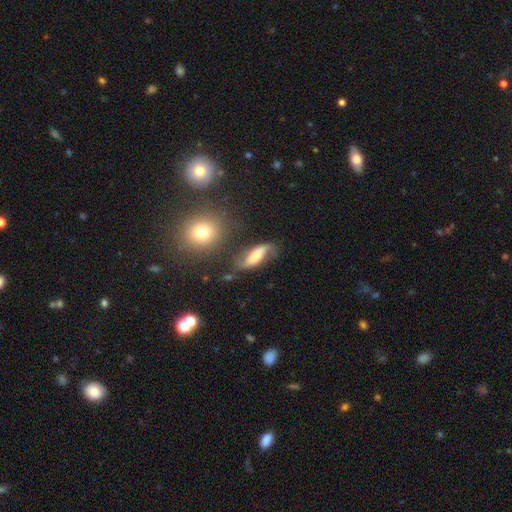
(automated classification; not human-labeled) The model was most divided on "smooth or featured": featured or disk: 52%, smooth: 39%, star or artifact: 8%. More confident: edge-on disk — no (84%); merging — none (53%).